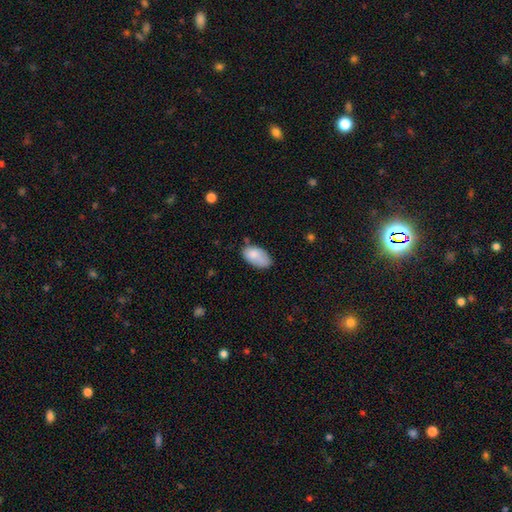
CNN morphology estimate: This is clearly a smooth galaxy (82%). How rounded: clearly in between (94%). Merging: possibly none (56%).